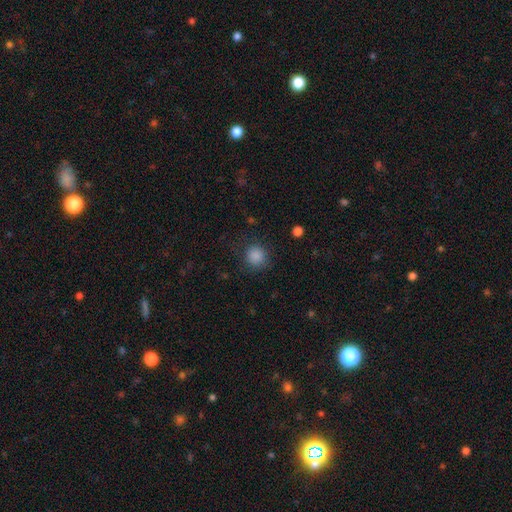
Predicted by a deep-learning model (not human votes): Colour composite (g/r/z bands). It shows a smooth galaxy with no disk features (86%) that is round (90%). Merging: none (83%).